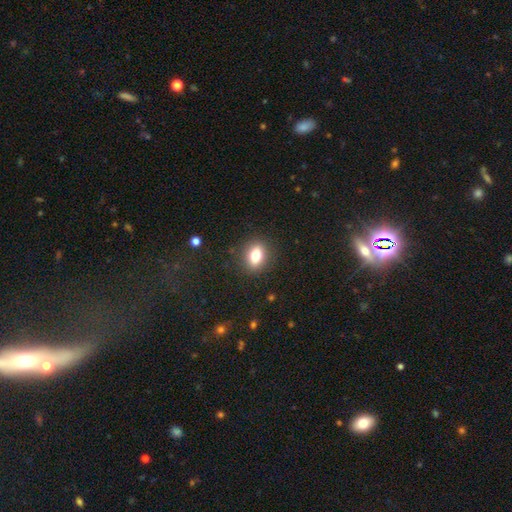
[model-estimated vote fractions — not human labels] Smooth or featured?
  - smooth: 79% *
  - featured or disk: 11%
  - star or artifact: 10%
How rounded?
  - in between: 67% *
  - round: 30%
  - cigar-shaped: 2%
Merging?
  - none: 88% *
  - minor disturbance: 8%
  - major disturbance: 3%
  - merger: 1%